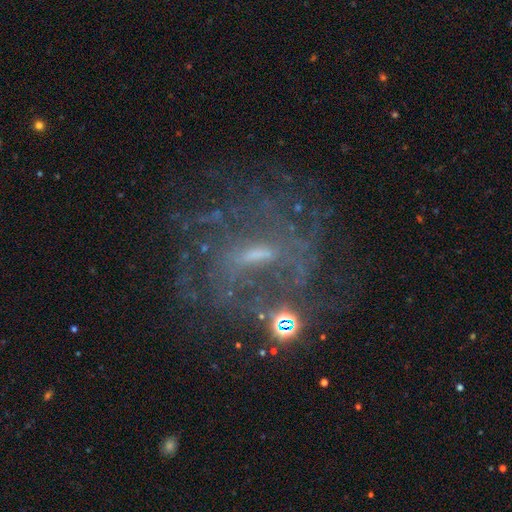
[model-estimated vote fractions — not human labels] Smooth or featured? Predicted: featured or disk (p=0.74). Edge-on disk? Predicted: no (p=0.95). Bar? Predicted: weak (p=0.52). Spiral arms? Predicted: yes (p=0.75). Spiral winding? Predicted: tight (p=0.44). Spiral arm count? Predicted: can't tell (p=0.55). Bulge size? Predicted: small (p=0.59). Merging? Predicted: none (p=0.62).